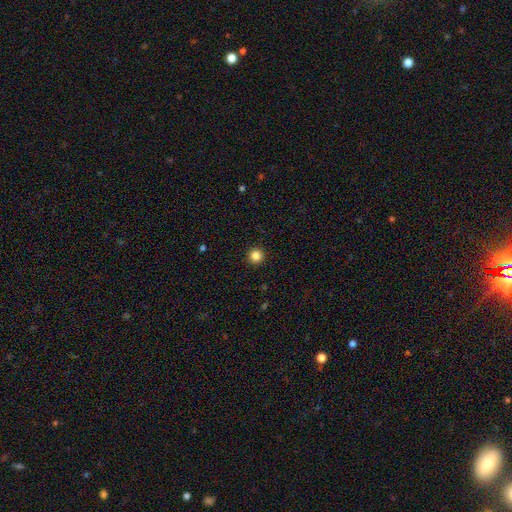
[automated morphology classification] Smooth or featured?
  - smooth: 85% *
  - star or artifact: 11%
  - featured or disk: 3%
How rounded?
  - round: 96% *
  - in between: 3%
  - cigar-shaped: 1%
Merging?
  - none: 93% *
  - minor disturbance: 4%
  - major disturbance: 2%
  - merger: 1%